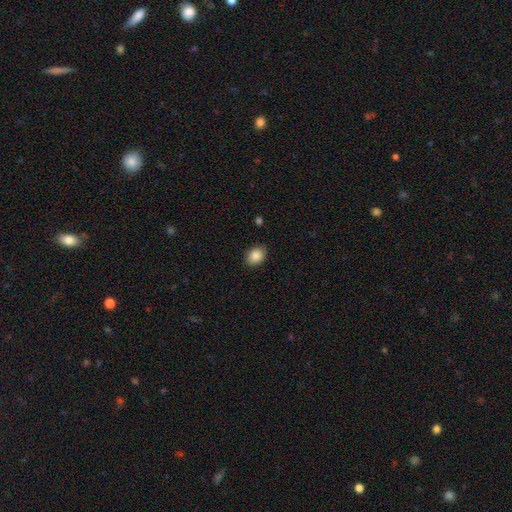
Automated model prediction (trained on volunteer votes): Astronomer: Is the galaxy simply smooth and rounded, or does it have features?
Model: smooth — 88%.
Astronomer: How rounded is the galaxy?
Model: in between — 66%.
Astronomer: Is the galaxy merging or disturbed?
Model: none — 88%.